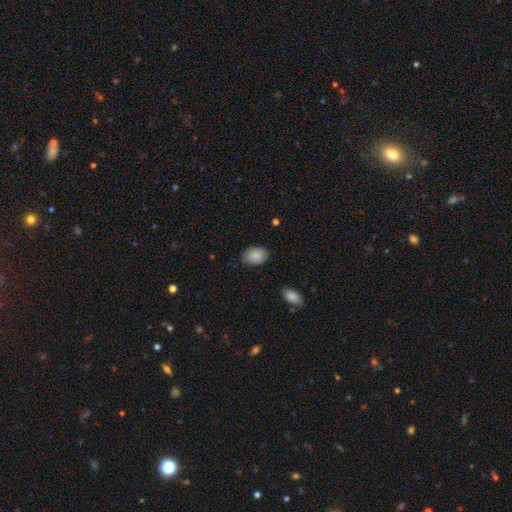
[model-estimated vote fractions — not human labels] A smooth galaxy with no disk features (87%) that is in between round and cigar-shaped (78%). Merging: none (76%).